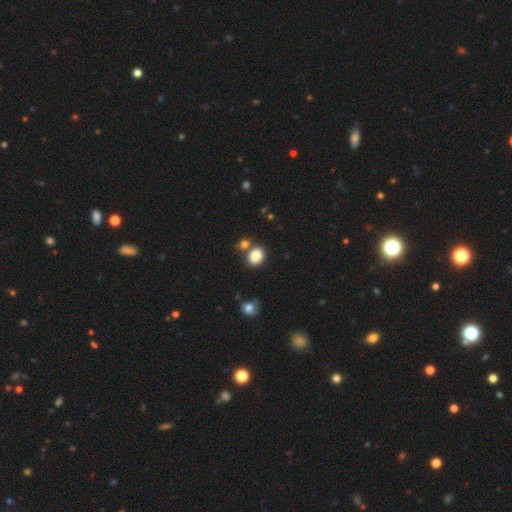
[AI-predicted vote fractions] This is clearly a smooth galaxy (86%). How rounded: possibly in between (55%). Merging: likely none (70%).